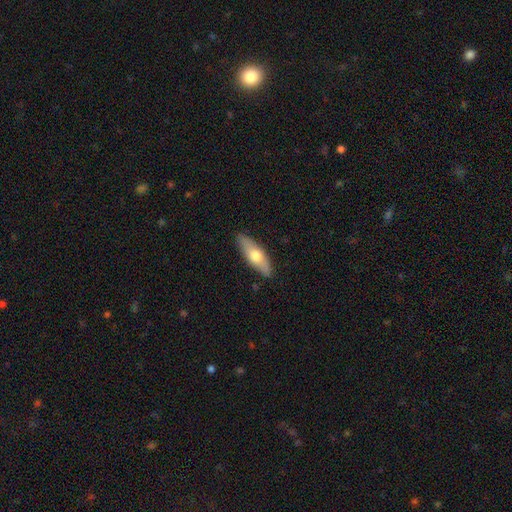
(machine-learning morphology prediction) Smooth or featured? Predicted: smooth (p=0.59). How rounded? Predicted: in between (p=0.60). Merging? Predicted: none (p=0.86).